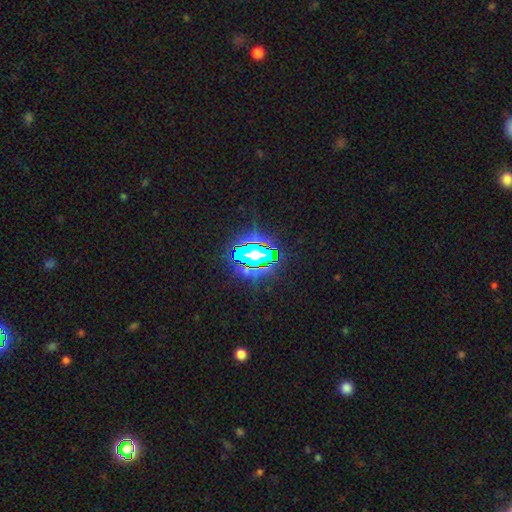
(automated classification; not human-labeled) A star or artifact, not a galaxy (69%).